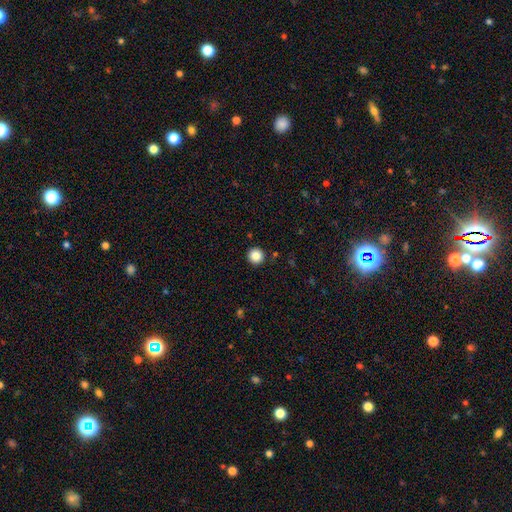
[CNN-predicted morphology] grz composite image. It shows a smooth galaxy with no disk features (85%) that is round (96%). Merging: none (93%).